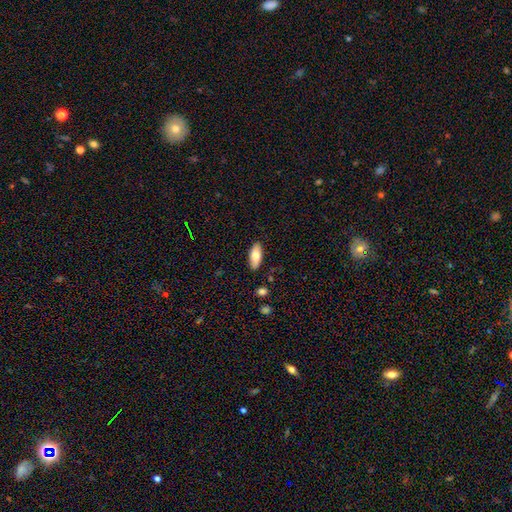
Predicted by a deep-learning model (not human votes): Smooth or featured?
  - smooth: 79% *
  - featured or disk: 15%
  - star or artifact: 6%
How rounded?
  - in between: 86% *
  - cigar-shaped: 12%
  - round: 2%
Merging?
  - none: 86% *
  - minor disturbance: 10%
  - major disturbance: 2%
  - merger: 1%